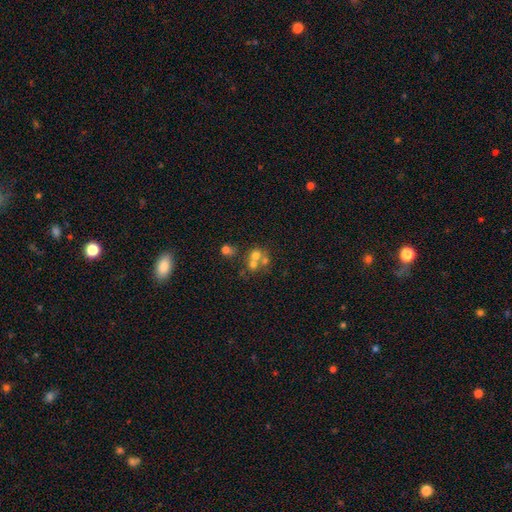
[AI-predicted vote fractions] This appears to be a smooth galaxy with no disk features (58%) that is round (78%). Merging: merger (56%).